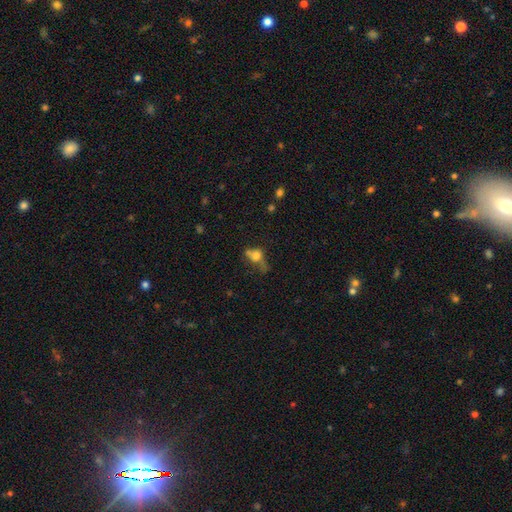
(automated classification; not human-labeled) Smooth or featured? smooth (61%)
How rounded? in between (48%)
Merging? none (34%)